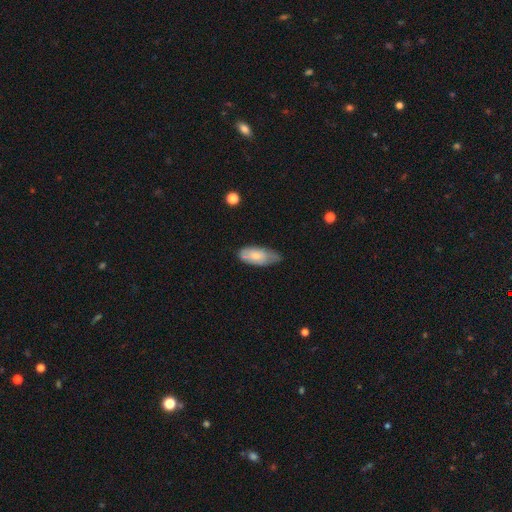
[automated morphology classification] Overall: smooth (69%). How rounded: in between (87%). Merging: none (49%; minor disturbance 40%).